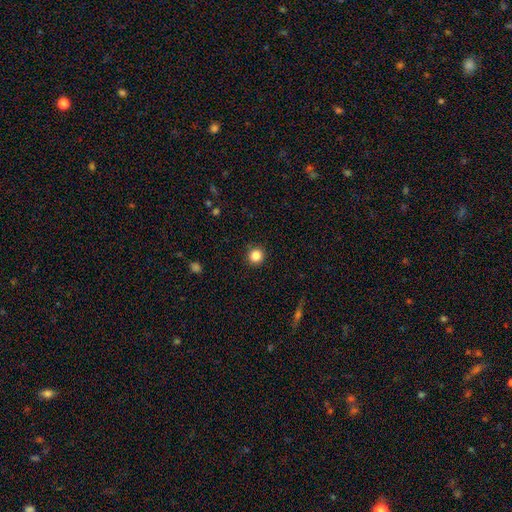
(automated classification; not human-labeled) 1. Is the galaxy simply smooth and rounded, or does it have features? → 85% smooth, 11% star or artifact, 4% featured or disk.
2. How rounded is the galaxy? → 94% round, 5% in between, 1% cigar-shaped.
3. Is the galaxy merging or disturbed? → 92% none, 5% minor disturbance, 2% major disturbance, 1% merger.